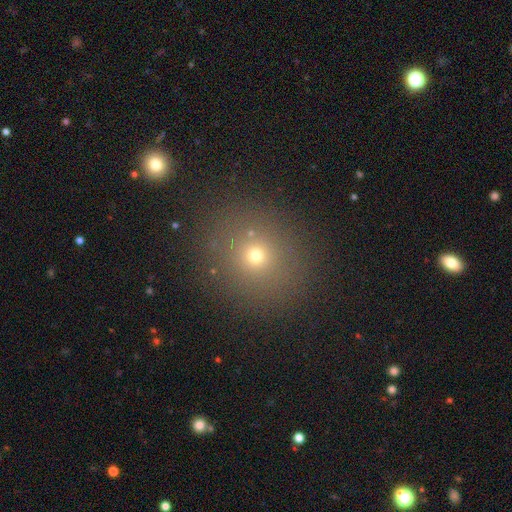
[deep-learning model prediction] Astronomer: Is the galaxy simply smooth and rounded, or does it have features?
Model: smooth — 67%.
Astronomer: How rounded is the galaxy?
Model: round — 79%.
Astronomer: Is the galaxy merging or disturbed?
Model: none — 87%.